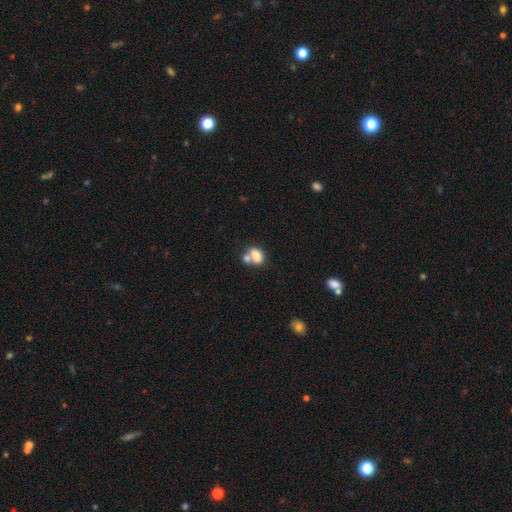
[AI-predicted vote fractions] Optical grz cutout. It shows a smooth galaxy with no disk features (77%) that is in between round and cigar-shaped (81%). Merging: merger (54%).